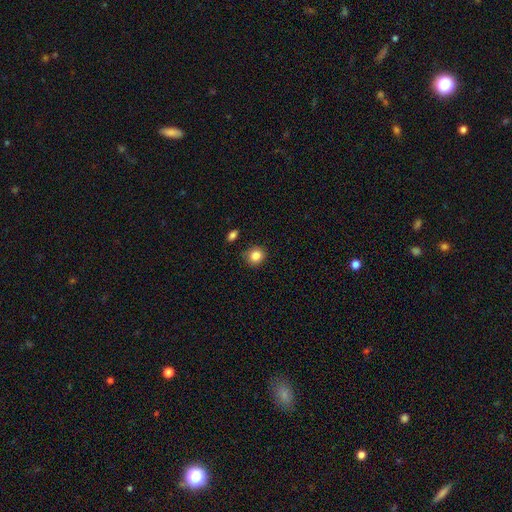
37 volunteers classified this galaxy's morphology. Overall: smooth (89%). How rounded: round (67%; in between 33%). Merging: none (74%).